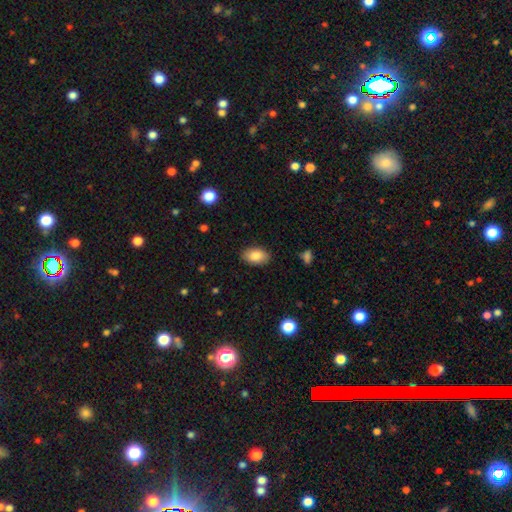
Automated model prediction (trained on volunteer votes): A smooth galaxy with no disk features (86%) that is in between round and cigar-shaped (92%).

Vote fractions:
- Smooth or featured? smooth: 86% / star or artifact: 7% / featured or disk: 7%
- How rounded? in between: 92% / round: 6% / cigar-shaped: 1%
- Merging? none: 88% / minor disturbance: 9% / major disturbance: 2% / merger: 1%